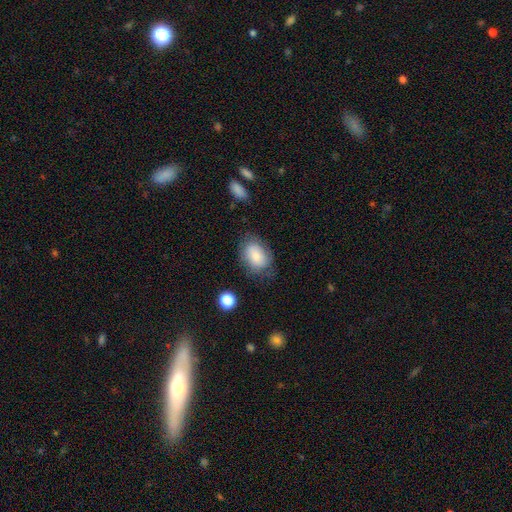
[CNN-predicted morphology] Smooth or featured? smooth (82%)
How rounded? in between (83%)
Merging? none (67%)